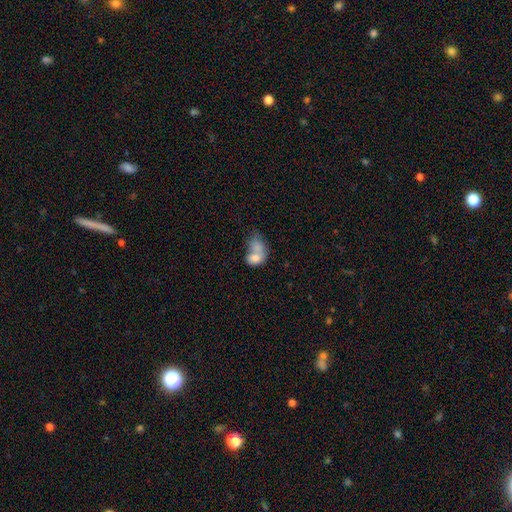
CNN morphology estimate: This appears to be a smooth galaxy with no disk features (72%) that is in between round and cigar-shaped (73%). Merging: merger (63%).